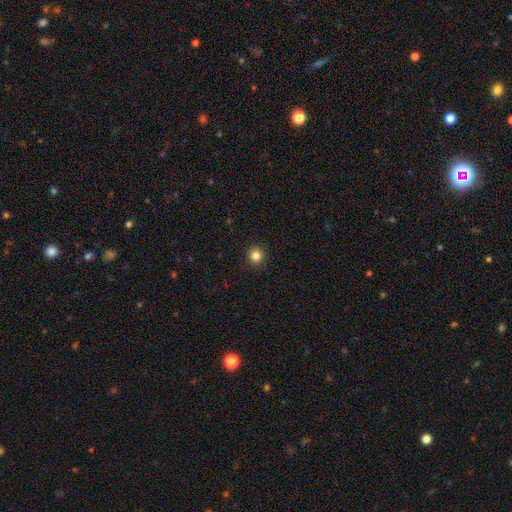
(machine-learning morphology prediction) This appears to be a smooth galaxy with no disk features (84%) that is round (94%). Merging: none (93%).